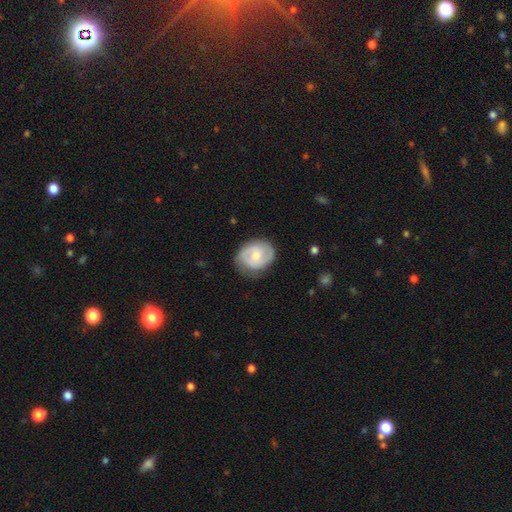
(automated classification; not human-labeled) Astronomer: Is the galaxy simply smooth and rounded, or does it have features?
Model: featured or disk — 51% (runner-up: smooth, 43%).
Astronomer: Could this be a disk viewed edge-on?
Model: no — 97%.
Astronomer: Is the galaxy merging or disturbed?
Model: none — 73%.